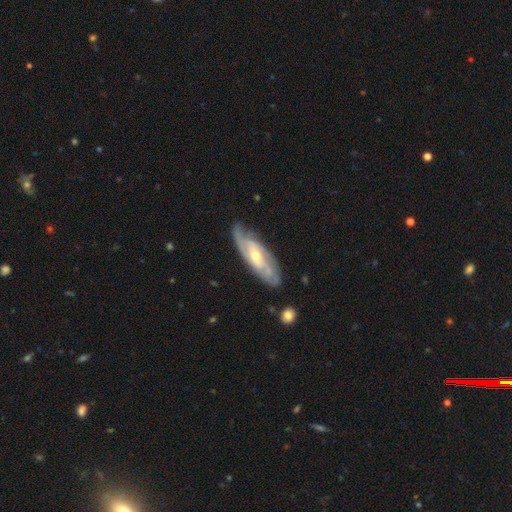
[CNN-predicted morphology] Smooth or featured? featured or disk (82%)
Edge-on disk? no (84%)
Bar? no (44%)
Spiral arms? yes (92%)
Spiral winding? tight (53%)
Spiral arm count? 2 (45%)
Bulge size? moderate (54%)
Merging? none (76%)